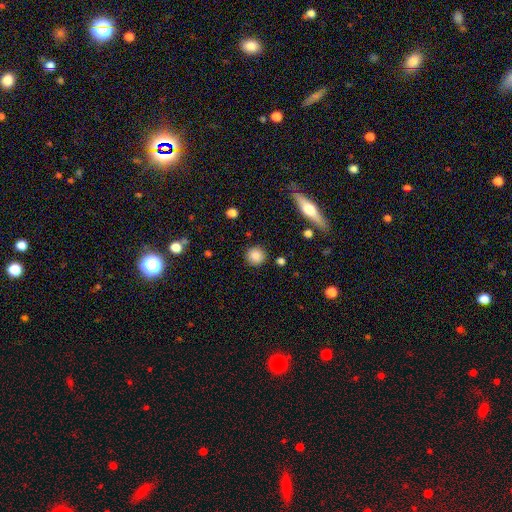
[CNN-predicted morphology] smooth_or_featured: smooth (p=0.85) [alt: star or artifact p=0.09]
how_rounded: round (p=0.92) [alt: in between p=0.07]
merging: none (p=0.87) [alt: minor disturbance p=0.08]